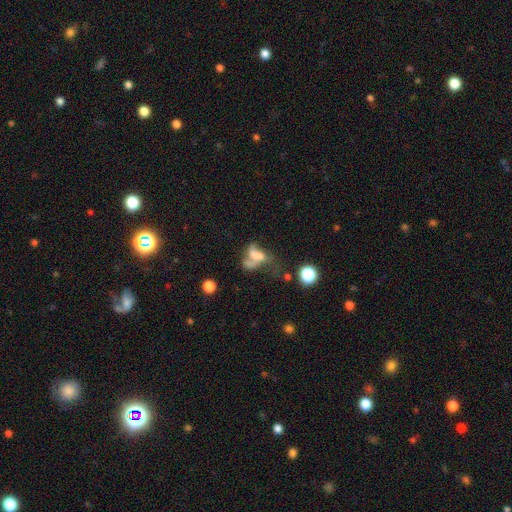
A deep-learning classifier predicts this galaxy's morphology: This appears to be a featured or disk galaxy (45%). Merging: merger (40%).